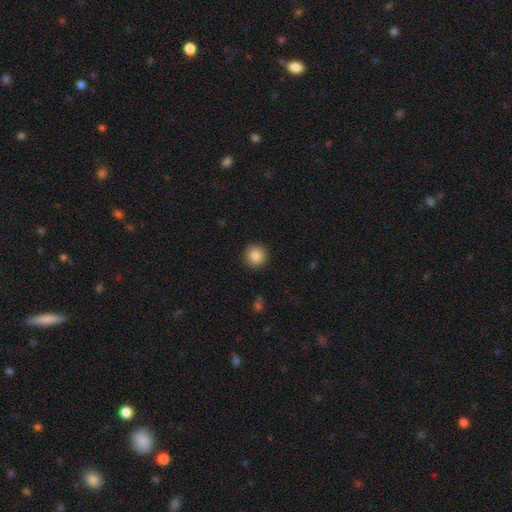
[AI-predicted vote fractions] smooth_or_featured: smooth (p=0.86) [alt: star or artifact p=0.09]
how_rounded: round (p=0.94) [alt: in between p=0.05]
merging: none (p=0.91) [alt: minor disturbance p=0.06]